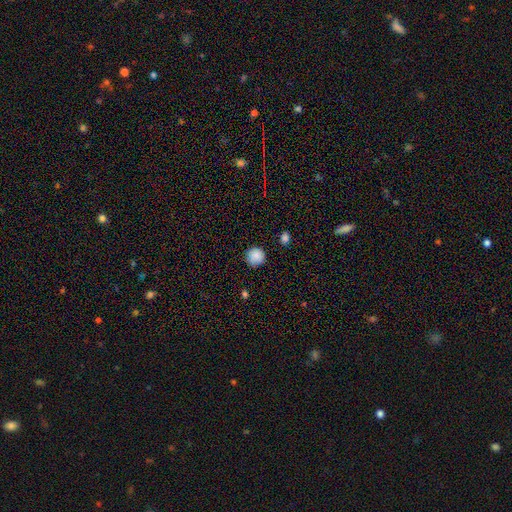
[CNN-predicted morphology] Smooth or featured: smooth — 86% (star or artifact — 9%)
How rounded: round — 94% (in between — 5%)
Merging: none — 83% (minor disturbance — 13%)